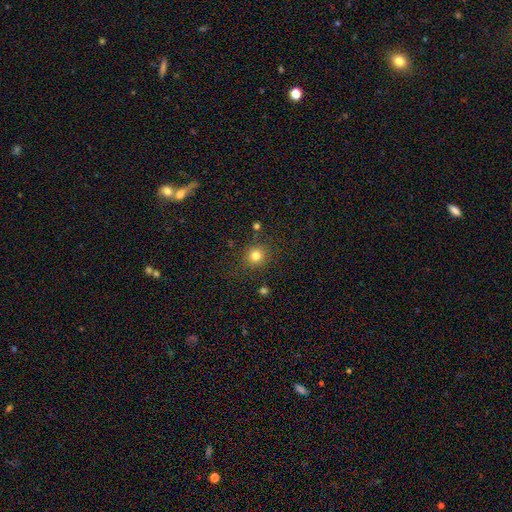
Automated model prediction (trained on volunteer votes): Q: Smooth or featured?
A: smooth (80%); runner-up: star or artifact (13%)
Q: How rounded?
A: round (88%); runner-up: in between (11%)
Q: Merging?
A: none (85%); runner-up: minor disturbance (9%)